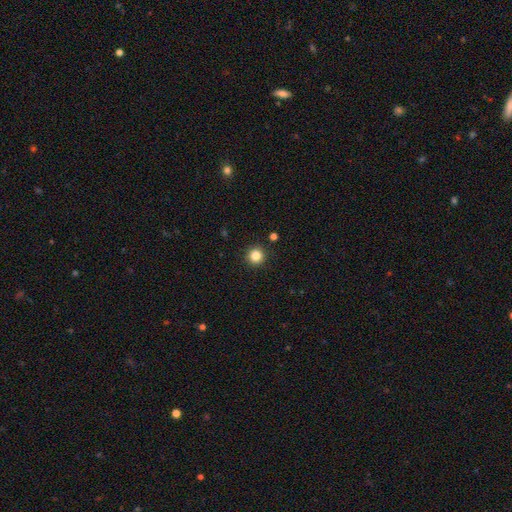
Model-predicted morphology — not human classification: Smooth or featured? Predicted: smooth (p=0.84). How rounded? Predicted: round (p=0.95). Merging? Predicted: none (p=0.92).